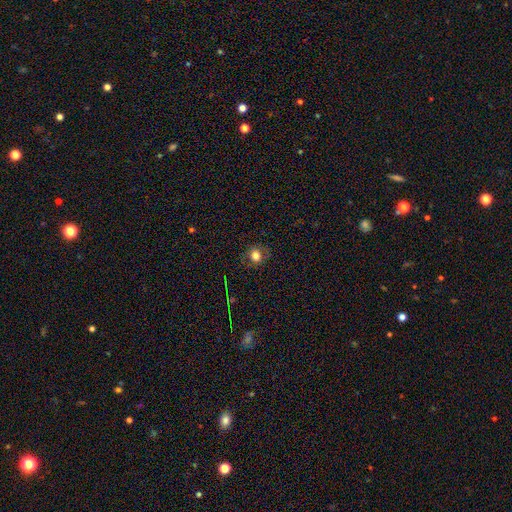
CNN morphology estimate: A smooth galaxy with no disk features (74%) that is round (79%). Merging: none (81%).